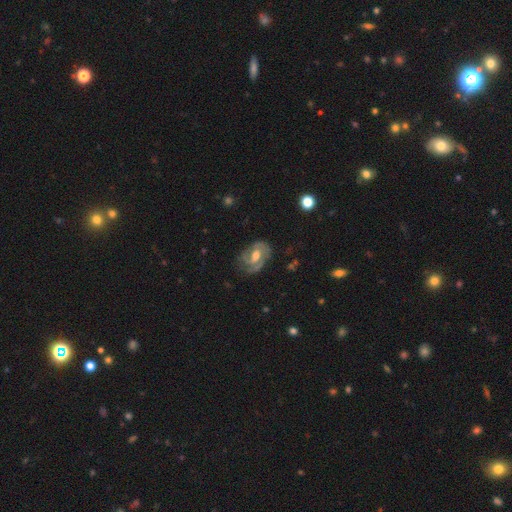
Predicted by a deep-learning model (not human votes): featured or disk 83%, smooth 11%, star or artifact 5%. Down the decision tree: edge-on disk — no (97%); bar — weak (48%); spiral arms — yes (93%); spiral arm count — 2 (60%); spiral winding — tight (47%); bulge size — moderate (71%); merging — none (67%).